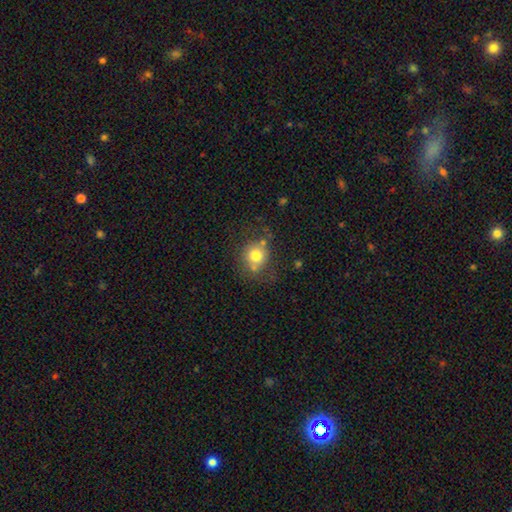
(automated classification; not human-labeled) Smooth or featured?
  - smooth: 75% *
  - featured or disk: 13%
  - star or artifact: 11%
How rounded?
  - round: 83% *
  - in between: 16%
  - cigar-shaped: 1%
Merging?
  - none: 65% *
  - minor disturbance: 18%
  - merger: 9%
  - major disturbance: 7%